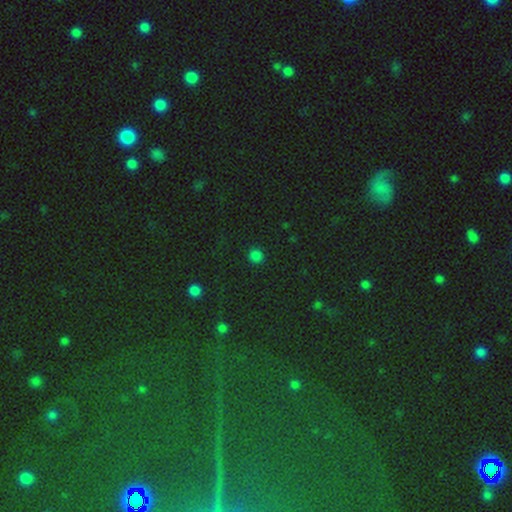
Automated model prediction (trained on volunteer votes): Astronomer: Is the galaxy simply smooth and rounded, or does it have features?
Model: smooth — 77%.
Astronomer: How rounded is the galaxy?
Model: round — 91%.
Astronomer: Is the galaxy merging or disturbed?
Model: none — 90%.